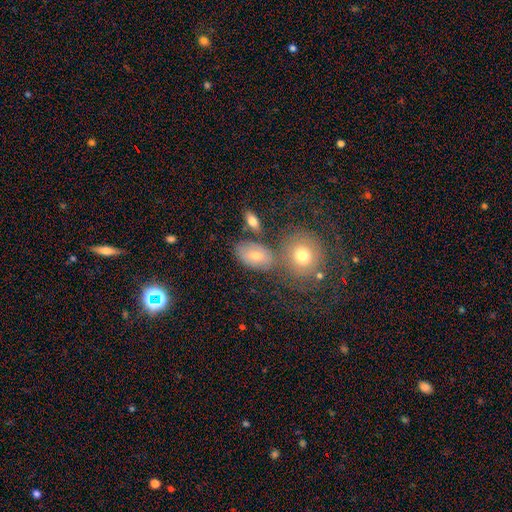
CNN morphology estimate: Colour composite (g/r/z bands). It shows a smooth galaxy with no disk features (63%) that is in between round and cigar-shaped (80%). Merging: none (59%).